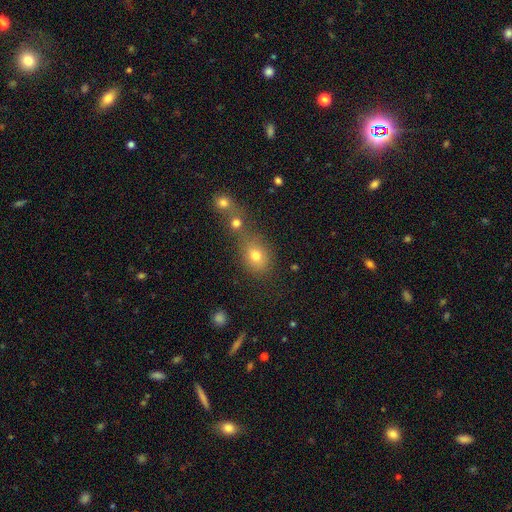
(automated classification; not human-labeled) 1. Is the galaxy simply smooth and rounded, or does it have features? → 74% smooth, 15% star or artifact, 11% featured or disk.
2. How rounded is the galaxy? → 50% in between, 48% round, 2% cigar-shaped.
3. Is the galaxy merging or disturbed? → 49% none, 32% merger, 12% minor disturbance, 7% major disturbance.